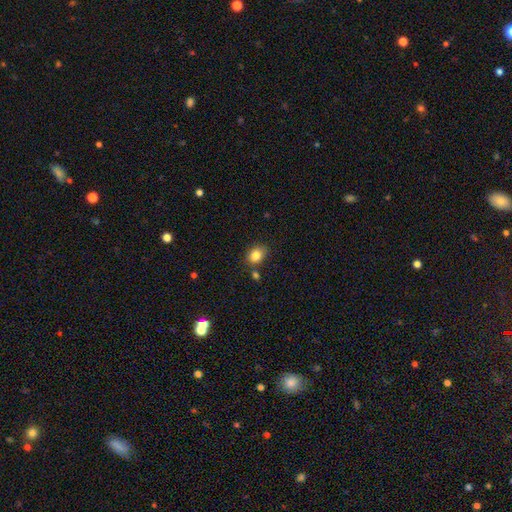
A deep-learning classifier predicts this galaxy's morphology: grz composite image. It shows a smooth galaxy with no disk features (84%) that is in between round and cigar-shaped (56%). Merging: none (70%).